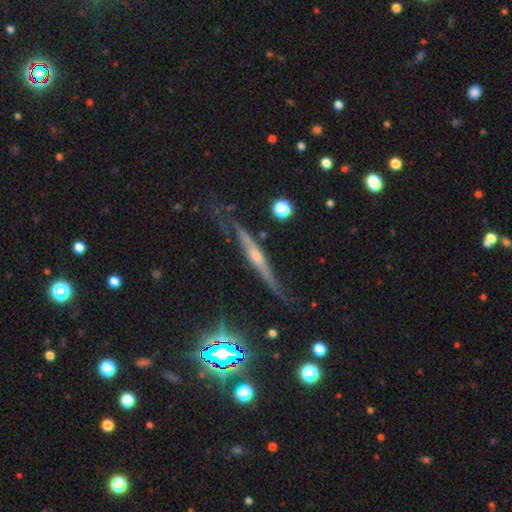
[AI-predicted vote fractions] smooth-or-featured: featured or disk: 75% | smooth: 14% | star or artifact: 11%
  disk-edge-on: yes: 93% | no: 7%
    edge-on-bulge: rounded: 77% | none: 18% | boxy: 6%
  merging: none: 72% | minor disturbance: 20% | major disturbance: 6% | merger: 2%